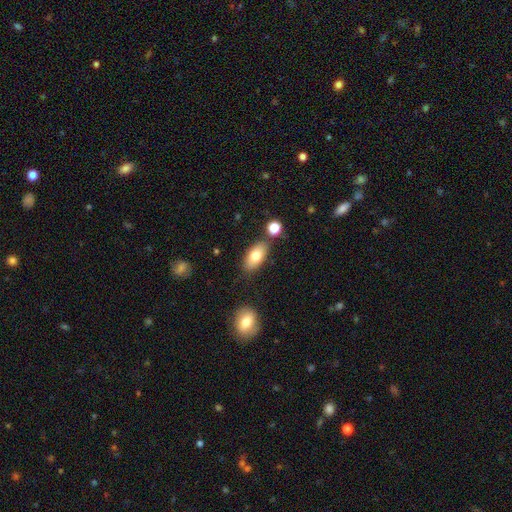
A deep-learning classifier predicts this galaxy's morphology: Q: Smooth or featured?
A: smooth (78%); runner-up: featured or disk (15%)
Q: How rounded?
A: in between (90%); runner-up: cigar-shaped (6%)
Q: Merging?
A: none (77%); runner-up: minor disturbance (13%)